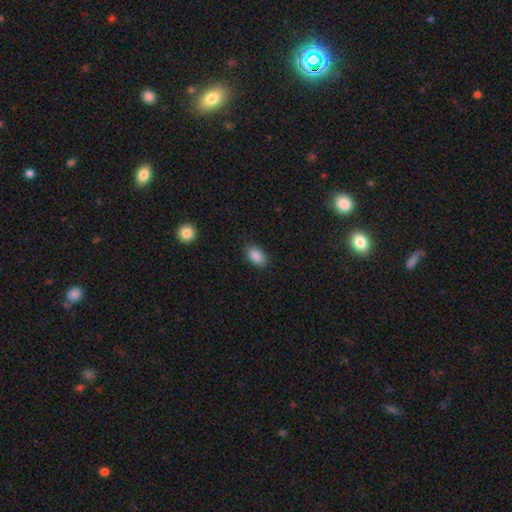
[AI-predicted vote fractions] Q: Smooth or featured?
A: smooth (88%); runner-up: star or artifact (8%)
Q: How rounded?
A: in between (89%); runner-up: round (10%)
Q: Merging?
A: none (85%); runner-up: minor disturbance (11%)